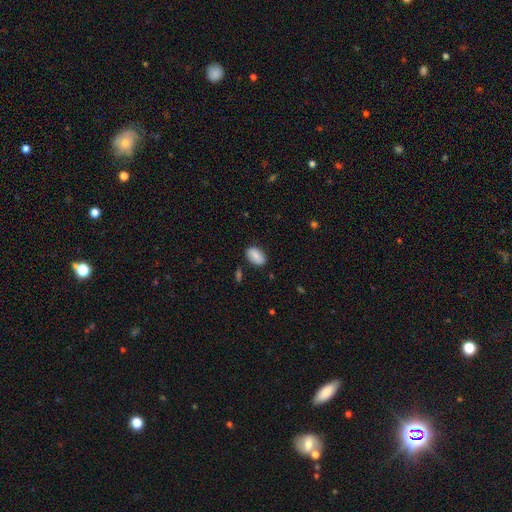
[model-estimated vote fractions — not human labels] Smooth or featured? Predicted: smooth (p=0.83). How rounded? Predicted: in between (p=0.92). Merging? Predicted: none (p=0.82).